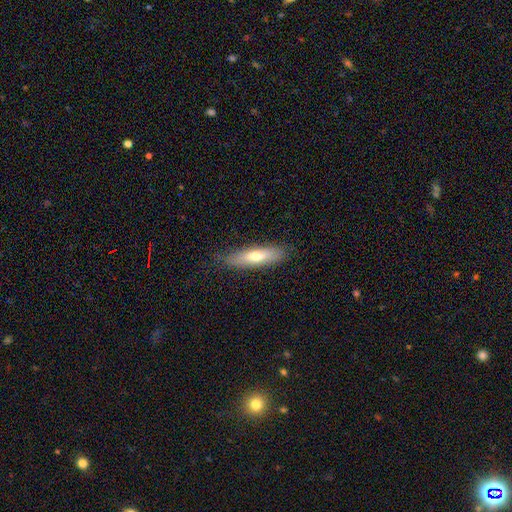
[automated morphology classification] Smooth or featured? Predicted: smooth (p=0.63). How rounded? Predicted: cigar-shaped (p=0.62). Merging? Predicted: none (p=0.79).